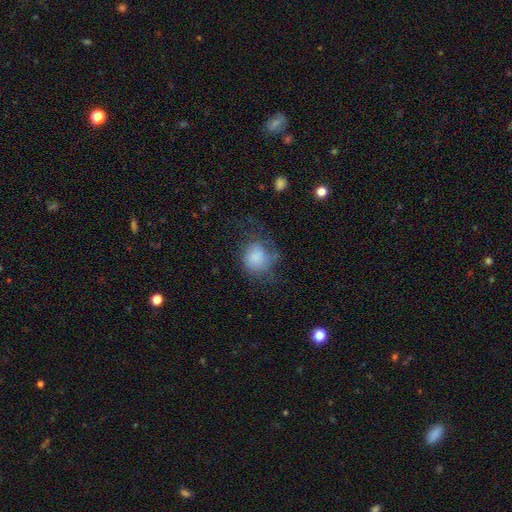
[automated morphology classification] smooth-or-featured: smooth: 67% | featured or disk: 23% | star or artifact: 10%
  how-rounded: round: 72% | in between: 27% | cigar-shaped: 1%
  merging: none: 37% | major disturbance: 35% | minor disturbance: 26% | merger: 2%